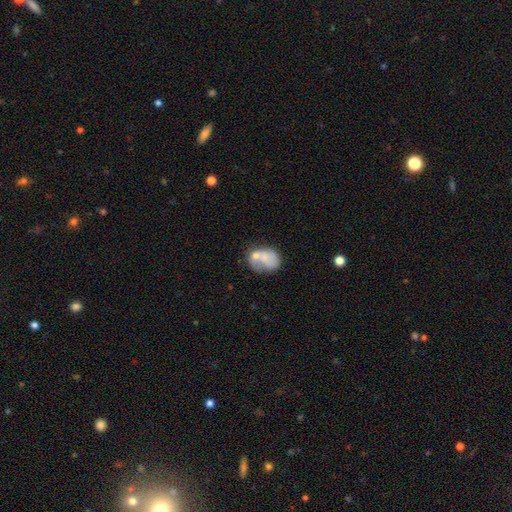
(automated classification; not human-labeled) A smooth galaxy with no disk features (58%) that is in between round and cigar-shaped (69%). Merging: none (36%).